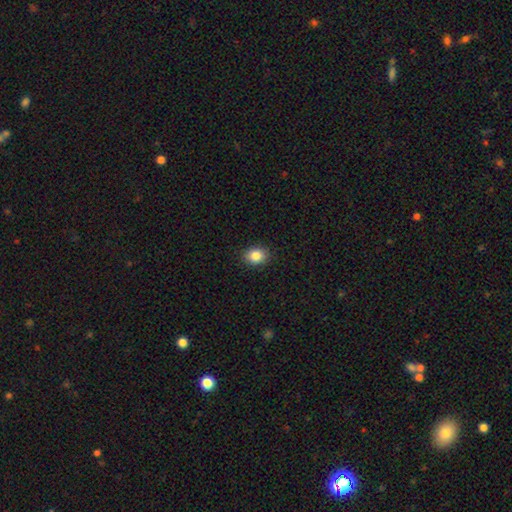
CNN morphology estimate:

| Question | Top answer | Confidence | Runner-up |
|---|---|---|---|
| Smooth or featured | smooth | 85% | star or artifact (9%) |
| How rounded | in between | 53% | round (46%) |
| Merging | none | 90% | minor disturbance (7%) |